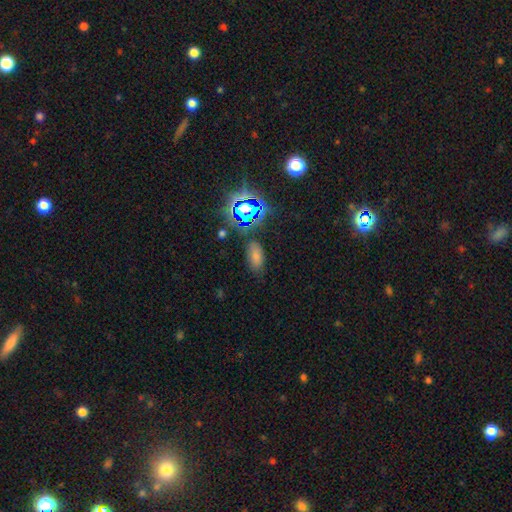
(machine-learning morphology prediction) smooth_or_featured: smooth (p=0.67) [alt: star or artifact p=0.24]
how_rounded: in between (p=0.90) [alt: cigar-shaped p=0.05]
merging: none (p=0.81) [alt: minor disturbance p=0.12]